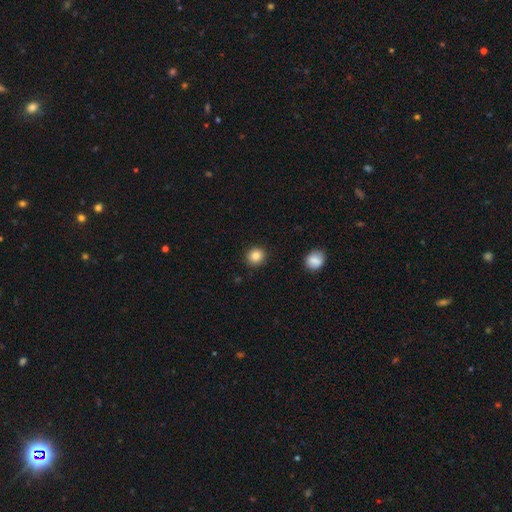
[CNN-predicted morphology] A smooth galaxy with no disk features (85%) that is round (88%).

Vote fractions:
- Smooth or featured? smooth: 85% / star or artifact: 10% / featured or disk: 5%
- How rounded? round: 88% / in between: 11% / cigar-shaped: 1%
- Merging? none: 91% / minor disturbance: 6% / major disturbance: 2% / merger: 1%